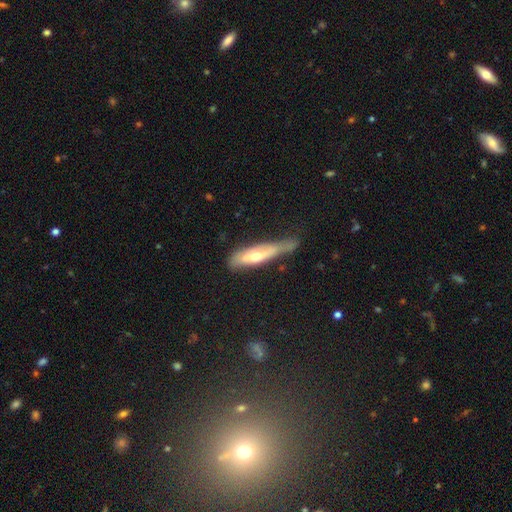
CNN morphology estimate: smooth-or-featured: smooth: 52% | featured or disk: 42% | star or artifact: 6%
  how-rounded: cigar-shaped: 70% | in between: 29% | round: 2%
  merging: minor disturbance: 40% | none: 38% | major disturbance: 17% | merger: 6%